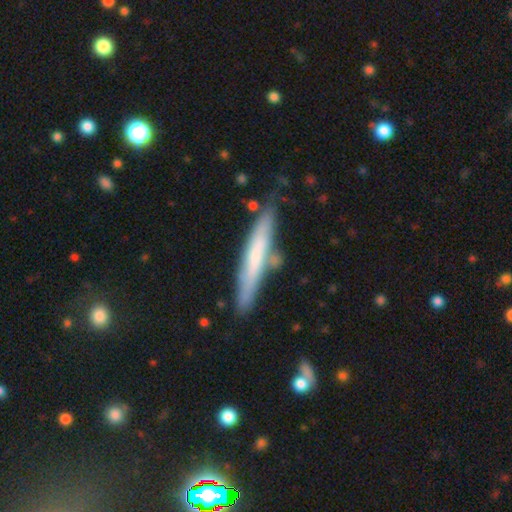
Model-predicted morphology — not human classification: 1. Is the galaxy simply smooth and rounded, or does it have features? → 54% smooth, 40% featured or disk, 6% star or artifact.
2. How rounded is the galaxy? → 92% cigar-shaped, 7% in between, 1% round.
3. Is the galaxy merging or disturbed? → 71% none, 17% minor disturbance, 8% merger, 4% major disturbance.